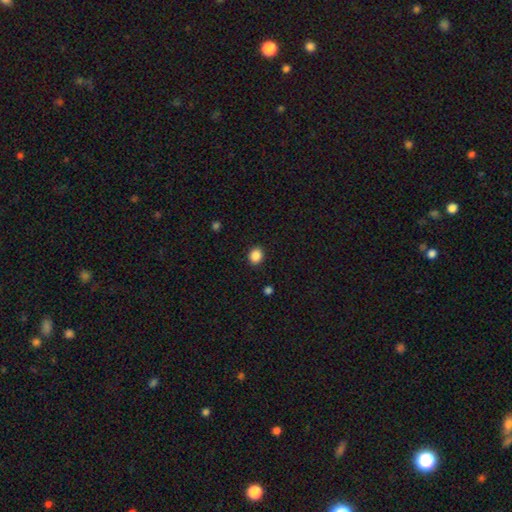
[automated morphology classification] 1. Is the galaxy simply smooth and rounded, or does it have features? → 88% smooth, 10% star or artifact, 3% featured or disk.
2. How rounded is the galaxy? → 69% round, 30% in between, 1% cigar-shaped.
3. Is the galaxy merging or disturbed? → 91% none, 6% minor disturbance, 2% major disturbance, 1% merger.